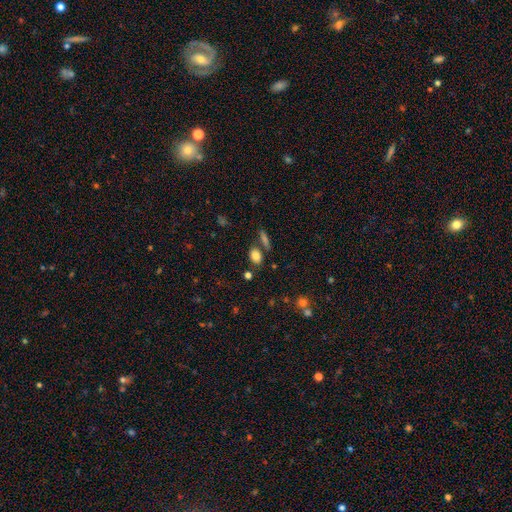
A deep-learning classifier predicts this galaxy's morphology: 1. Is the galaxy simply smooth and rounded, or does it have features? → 82% smooth, 10% star or artifact, 8% featured or disk.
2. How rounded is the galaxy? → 75% in between, 22% round, 3% cigar-shaped.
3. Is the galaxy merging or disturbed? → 69% none, 15% merger, 12% minor disturbance, 4% major disturbance.